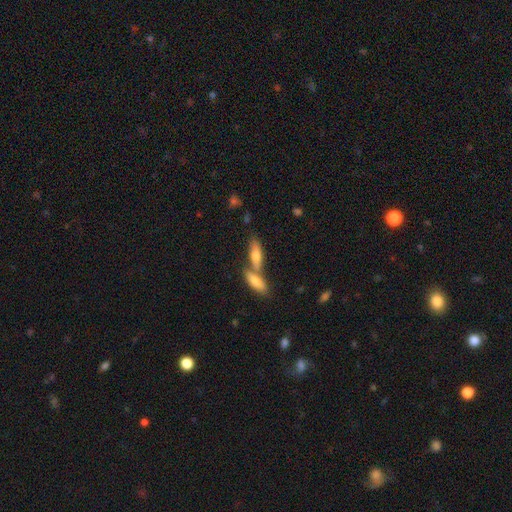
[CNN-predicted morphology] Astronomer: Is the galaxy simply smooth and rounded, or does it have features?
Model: smooth — 70%.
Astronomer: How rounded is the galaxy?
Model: in between — 55% (runner-up: cigar-shaped, 43%).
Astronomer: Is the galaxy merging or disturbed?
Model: merger — 44%, tied with none at 44%.